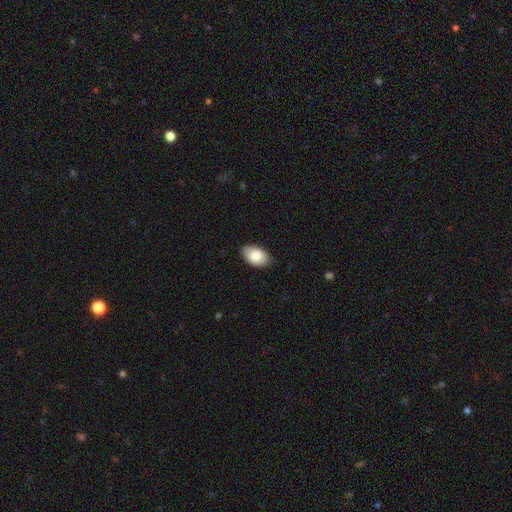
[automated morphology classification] Smooth or featured? Predicted: smooth (p=0.84). How rounded? Predicted: in between (p=0.93). Merging? Predicted: none (p=0.86).